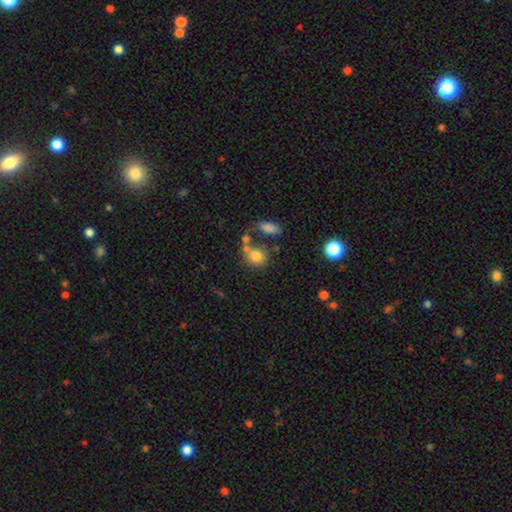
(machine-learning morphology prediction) The model was most divided on "merging": none: 46%, merger: 30%, minor disturbance: 15%, major disturbance: 10%. More confident: smooth or featured — smooth (78%); how rounded — round (58%).